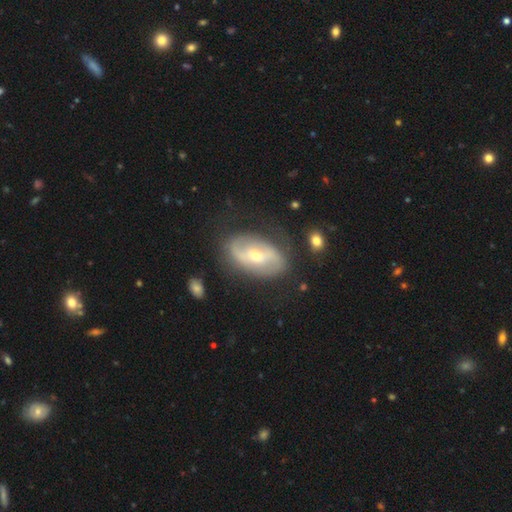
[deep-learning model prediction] The model was most divided on "bar": strong: 37%, weak: 34%, no: 30%. More confident: edge-on disk — no (93%); merging — none (75%); smooth or featured — featured or disk (74%); spiral arms — yes (71%); bulge size — small (52%).